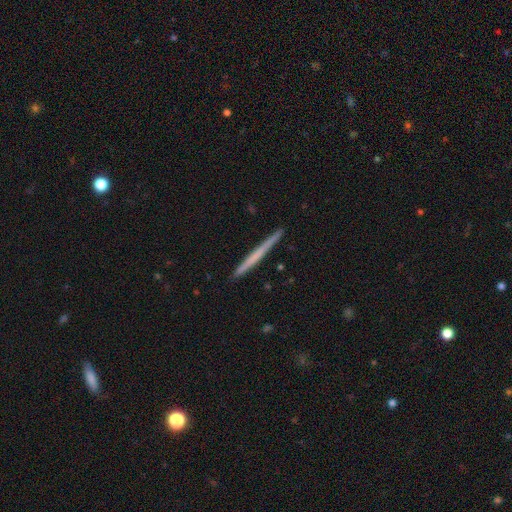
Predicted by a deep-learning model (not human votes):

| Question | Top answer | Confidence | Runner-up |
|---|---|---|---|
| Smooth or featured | smooth | 49% | featured or disk (46%) |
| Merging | none | 92% | minor disturbance (6%) |